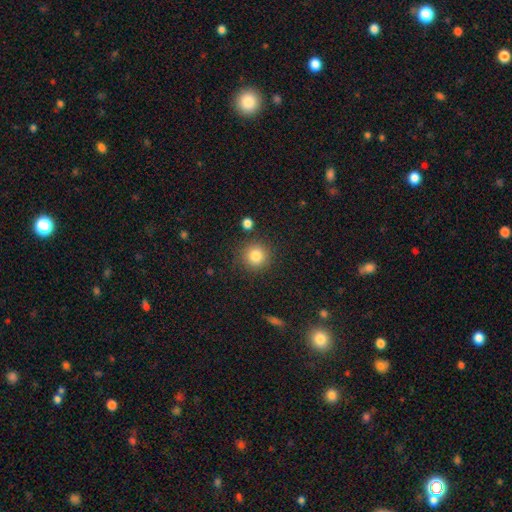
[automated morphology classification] Overall: smooth (83%). How rounded: round (93%). Merging: none (86%).